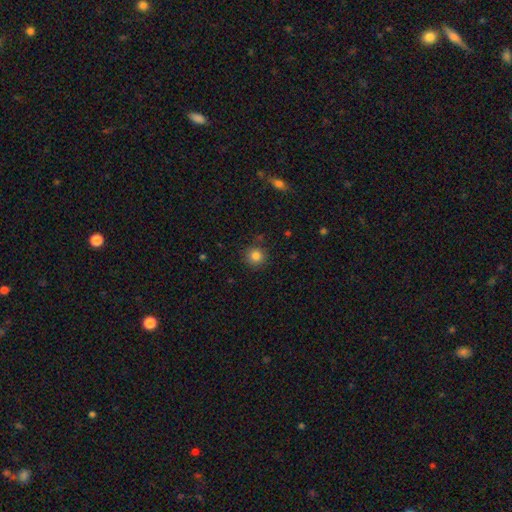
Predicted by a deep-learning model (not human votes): smooth 83%, star or artifact 12%, featured or disk 5%. Down the decision tree: how rounded — round (93%); merging — none (88%).